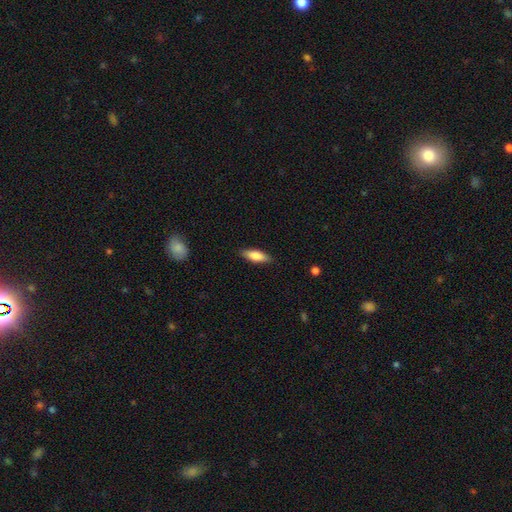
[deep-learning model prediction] Smooth or featured? smooth (79%)
How rounded? in between (58%)
Merging? none (86%)